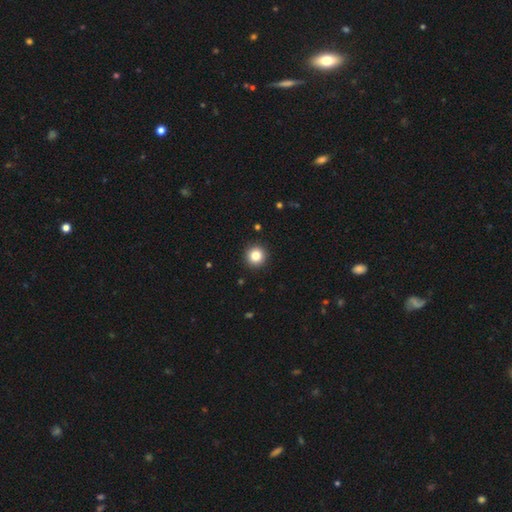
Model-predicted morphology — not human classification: Smooth or featured? Predicted: smooth (p=0.83). How rounded? Predicted: round (p=0.96). Merging? Predicted: none (p=0.93).